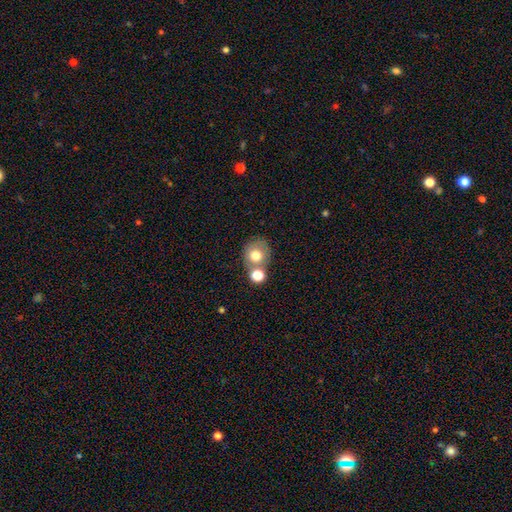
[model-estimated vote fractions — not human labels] smooth_or_featured: smooth (p=0.73) [alt: featured or disk p=0.17]
how_rounded: round (p=0.74) [alt: in between p=0.25]
merging: none (p=0.48) [alt: merger p=0.36]